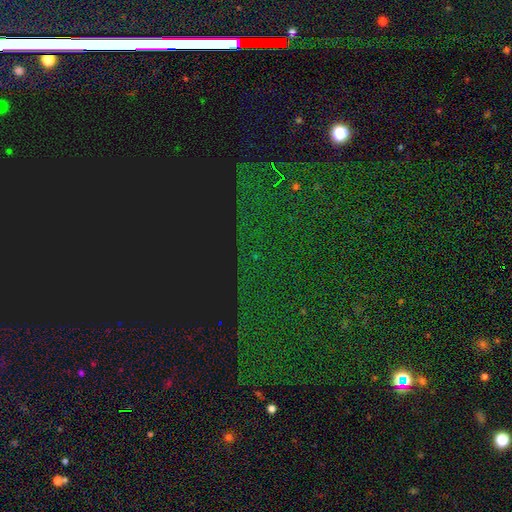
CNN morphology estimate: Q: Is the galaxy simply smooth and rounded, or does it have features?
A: star or artifact — 84%.